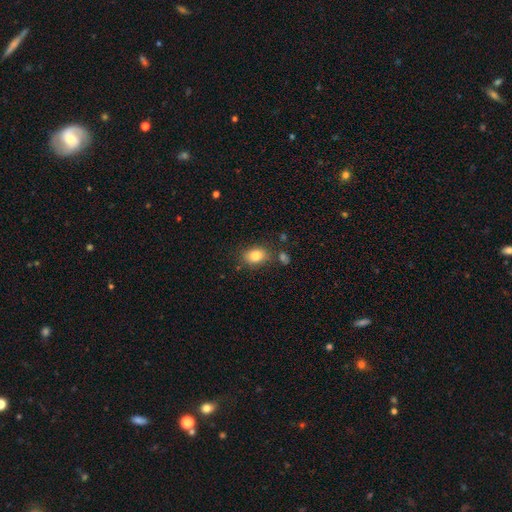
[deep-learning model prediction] smooth_or_featured: smooth (p=0.82) [alt: star or artifact p=0.09]
how_rounded: in between (p=0.78) [alt: round p=0.20]
merging: none (p=0.76) [alt: minor disturbance p=0.13]